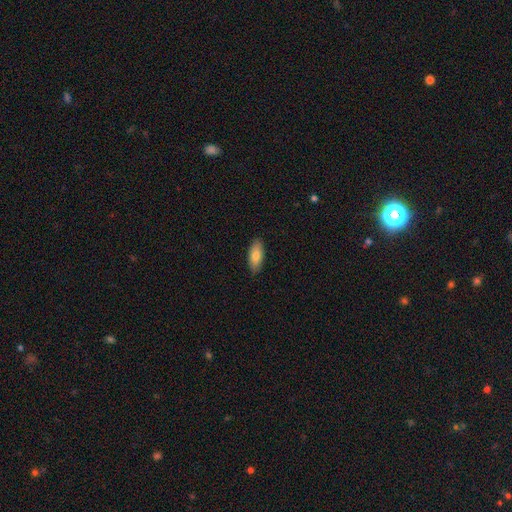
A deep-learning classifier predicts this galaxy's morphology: smooth-or-featured: smooth: 80% | featured or disk: 14% | star or artifact: 6%
  how-rounded: in between: 86% | cigar-shaped: 12% | round: 2%
  merging: none: 88% | minor disturbance: 10% | major disturbance: 2% | merger: 1%